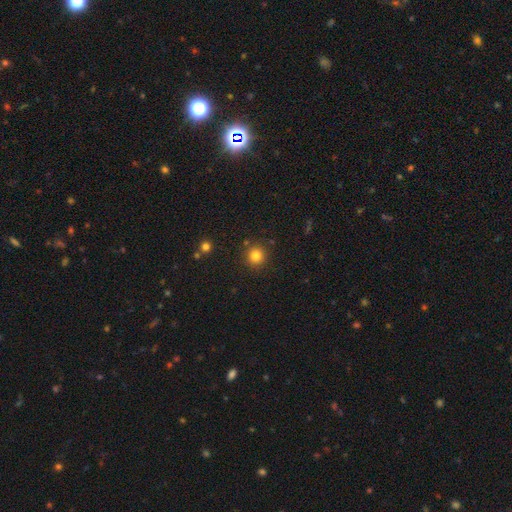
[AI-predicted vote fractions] smooth-or-featured: smooth: 82% | star or artifact: 13% | featured or disk: 5%
  how-rounded: round: 94% | in between: 5% | cigar-shaped: 1%
  merging: none: 88% | minor disturbance: 7% | merger: 3% | major disturbance: 3%